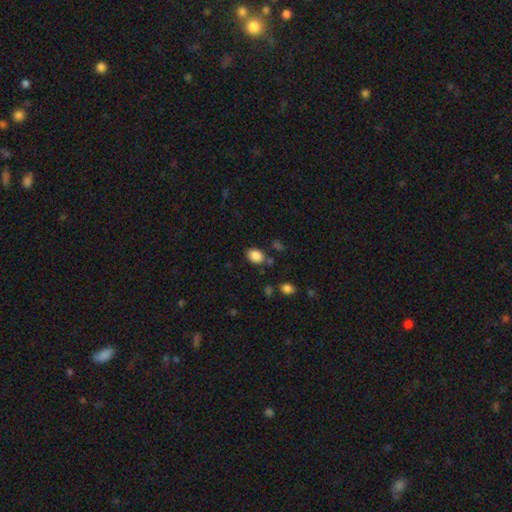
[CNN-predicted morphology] Smooth or featured? Predicted: smooth (p=0.86). How rounded? Predicted: in between (p=0.68). Merging? Predicted: none (p=0.76).